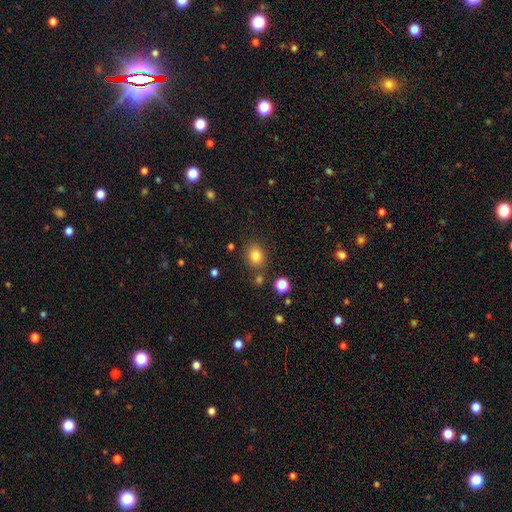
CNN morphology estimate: type=smooth (83%); roundness=round (56%); merging=none (80%).